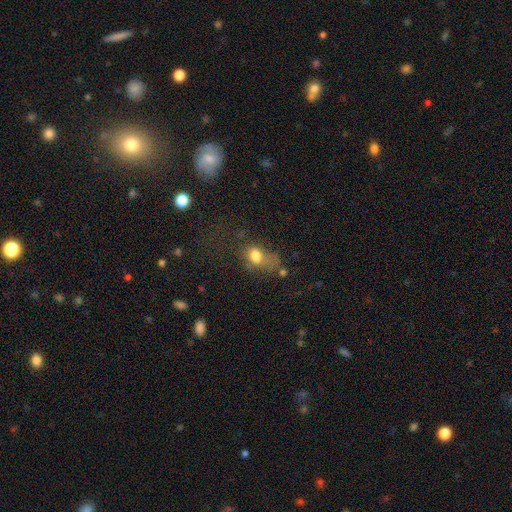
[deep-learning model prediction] Morphology: type=smooth (71%); roundness=in between (69%); merging=major disturbance (40%).